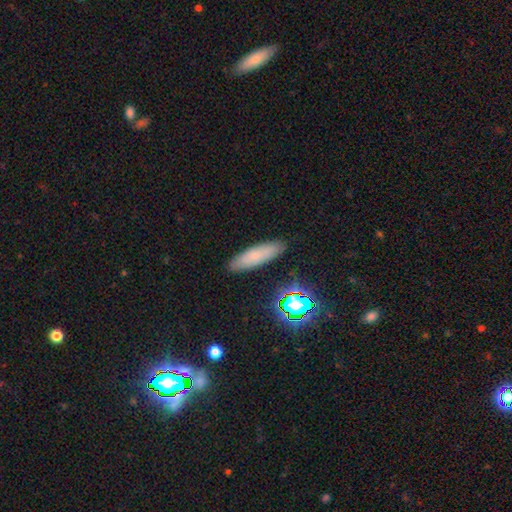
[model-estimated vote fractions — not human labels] The model was most divided on "how rounded": cigar-shaped: 62%, in between: 36%, round: 2%. More confident: merging — none (88%); smooth or featured — smooth (69%).